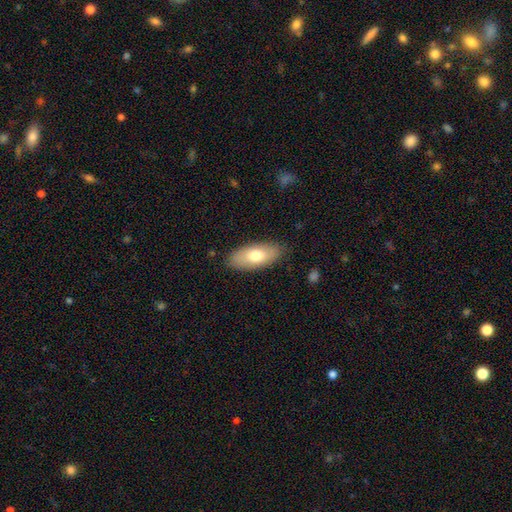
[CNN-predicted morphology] Smooth or featured? Predicted: smooth (p=0.72). How rounded? Predicted: in between (p=0.87). Merging? Predicted: none (p=0.85).